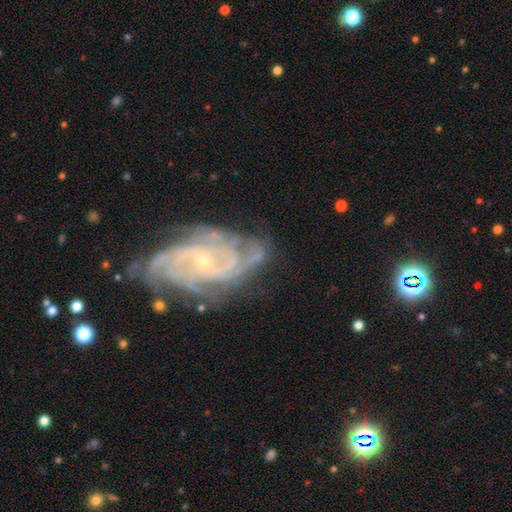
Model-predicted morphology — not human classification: This appears to be a featured or disk galaxy (88%) with no bar (60%), 2 (28%) tight (53%) spiral arms (97%) and a small central bulge (82%). Merging: none (58%).